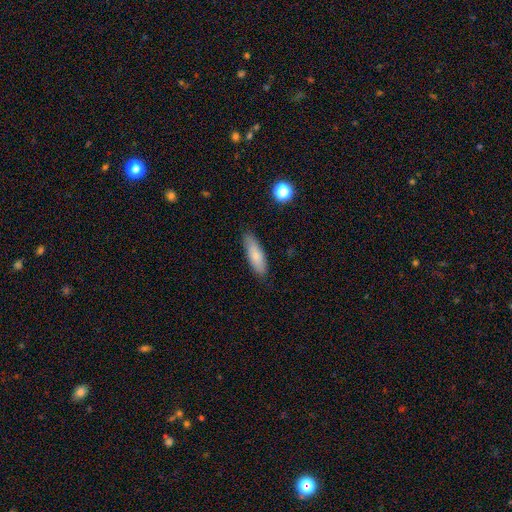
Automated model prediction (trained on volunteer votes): Smooth or featured? Predicted: smooth (p=0.78). How rounded? Predicted: cigar-shaped (p=0.50). Merging? Predicted: none (p=0.84).